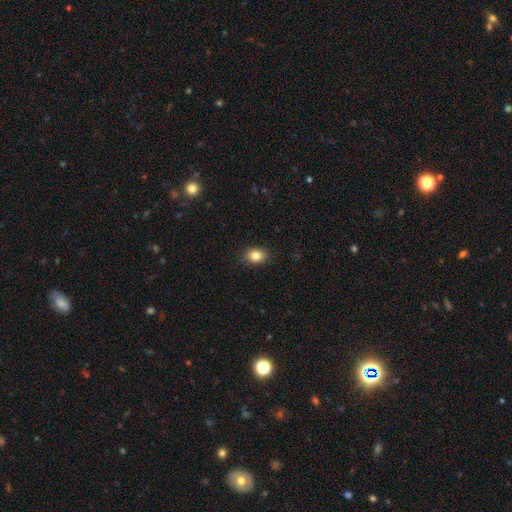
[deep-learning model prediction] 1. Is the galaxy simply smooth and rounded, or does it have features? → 84% smooth, 10% star or artifact, 6% featured or disk.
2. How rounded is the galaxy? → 65% in between, 34% round, 1% cigar-shaped.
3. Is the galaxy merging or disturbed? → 88% none, 9% minor disturbance, 2% major disturbance, 1% merger.